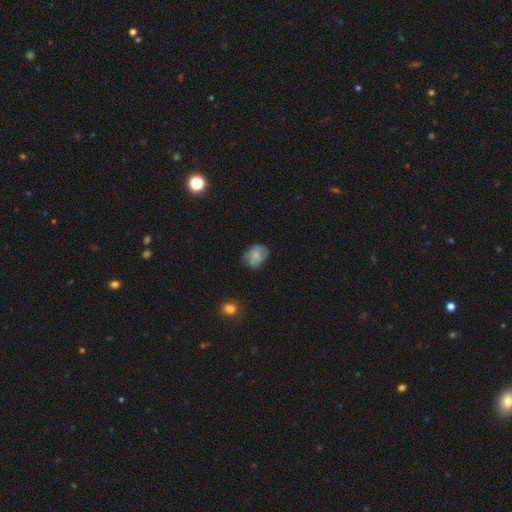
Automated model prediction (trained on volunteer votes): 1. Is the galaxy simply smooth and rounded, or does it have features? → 62% smooth, 28% featured or disk, 9% star or artifact.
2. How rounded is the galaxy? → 62% in between, 36% round, 1% cigar-shaped.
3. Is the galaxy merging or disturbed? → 55% none, 31% minor disturbance, 9% major disturbance, 5% merger.